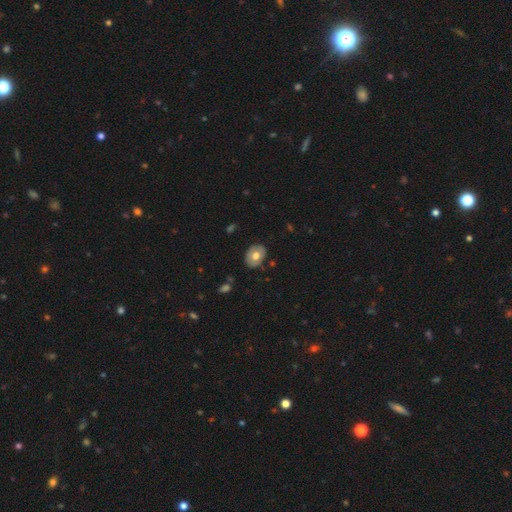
Morphology: type=smooth (62%); roundness=in between (60%); merging=none (86%).